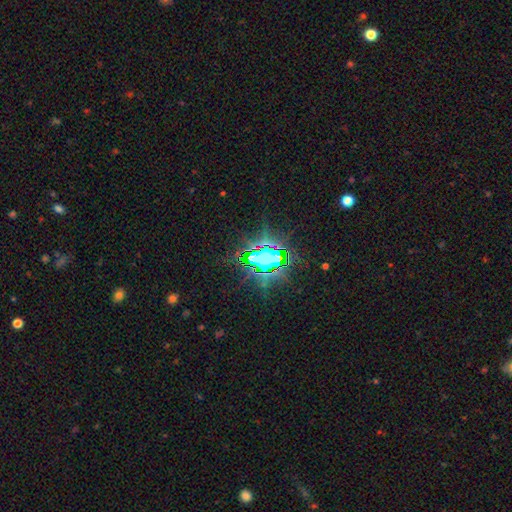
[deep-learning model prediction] The model was most divided on "smooth or featured": star or artifact: 84%, smooth: 9%, featured or disk: 7%.